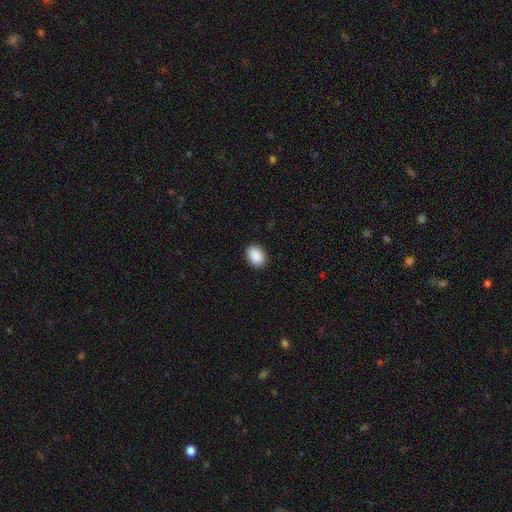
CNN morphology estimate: This appears to be a smooth galaxy with no disk features (90%) that is in between round and cigar-shaped (73%). Merging: none (90%).